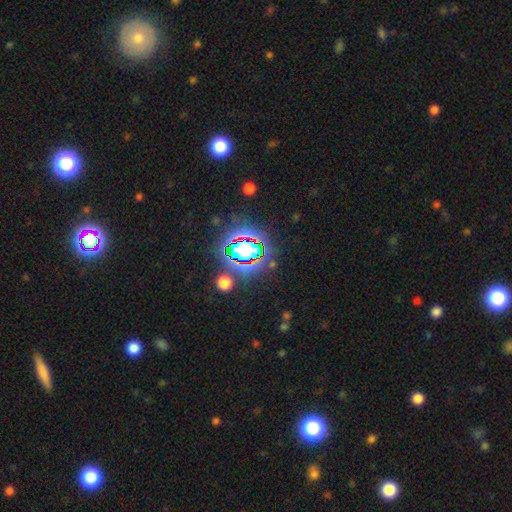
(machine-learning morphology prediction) Q: Smooth or featured?
A: star or artifact (79%); runner-up: smooth (13%)